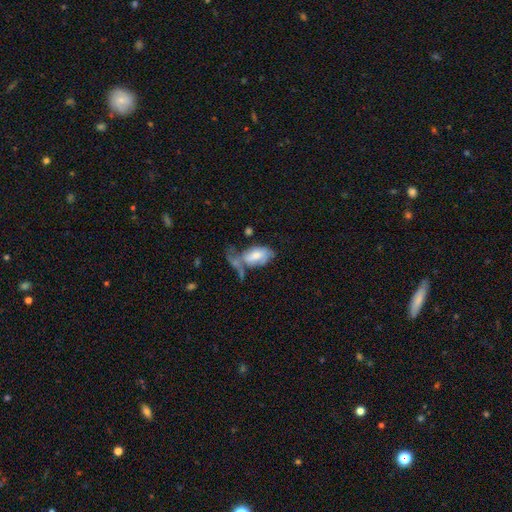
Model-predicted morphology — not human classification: A smooth galaxy with no disk features (56%) that is in between round and cigar-shaped (92%).

Vote fractions:
- Smooth or featured? smooth: 56% / featured or disk: 37% / star or artifact: 7%
- How rounded? in between: 92% / round: 5% / cigar-shaped: 3%
- Merging? major disturbance: 30% / merger: 27% / none: 23% / minor disturbance: 20%